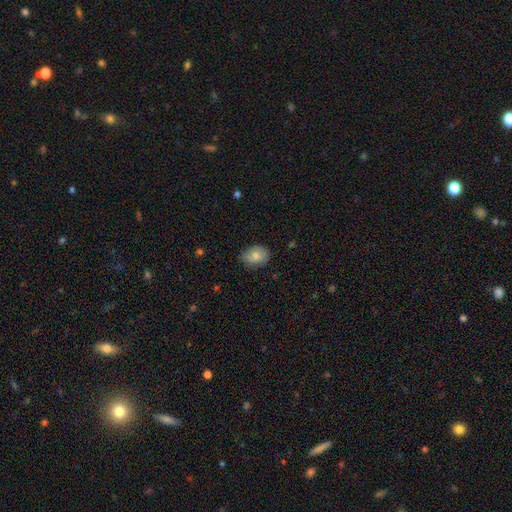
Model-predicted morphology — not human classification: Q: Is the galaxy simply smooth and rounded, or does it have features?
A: smooth — 79%.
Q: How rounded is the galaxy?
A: in between — 69%.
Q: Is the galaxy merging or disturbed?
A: none — 72%.